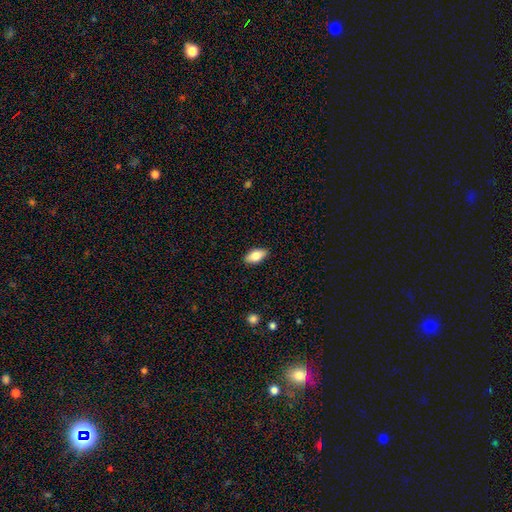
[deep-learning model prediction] smooth_or_featured: smooth (p=0.78) [alt: featured or disk p=0.15]
how_rounded: in between (p=0.90) [alt: cigar-shaped p=0.07]
merging: none (p=0.89) [alt: minor disturbance p=0.08]